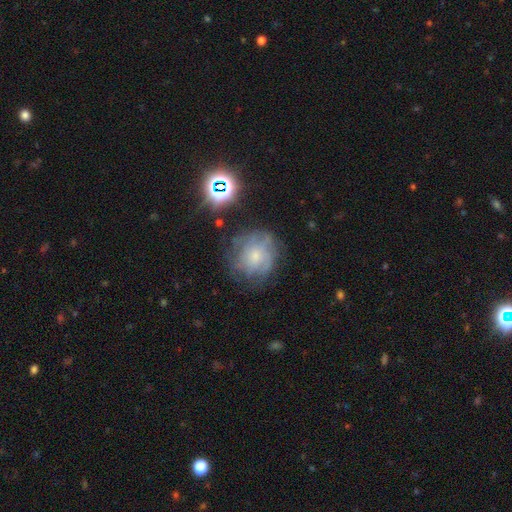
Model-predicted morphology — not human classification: Smooth or featured? featured or disk (51%)
Edge-on disk? no (97%)
Merging? none (63%)